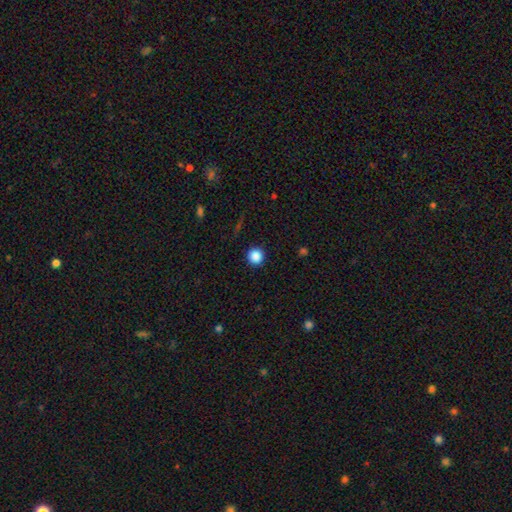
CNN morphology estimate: smooth-or-featured: smooth: 86% | star or artifact: 10% | featured or disk: 3%
  how-rounded: round: 94% | in between: 5% | cigar-shaped: 1%
  merging: none: 91% | minor disturbance: 6% | major disturbance: 2% | merger: 1%